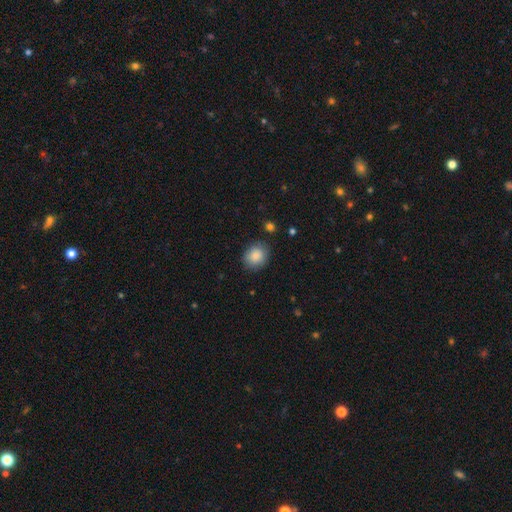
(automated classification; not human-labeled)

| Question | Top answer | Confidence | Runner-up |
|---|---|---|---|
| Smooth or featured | smooth | 87% | star or artifact (8%) |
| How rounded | round | 59% | in between (40%) |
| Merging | none | 84% | minor disturbance (12%) |